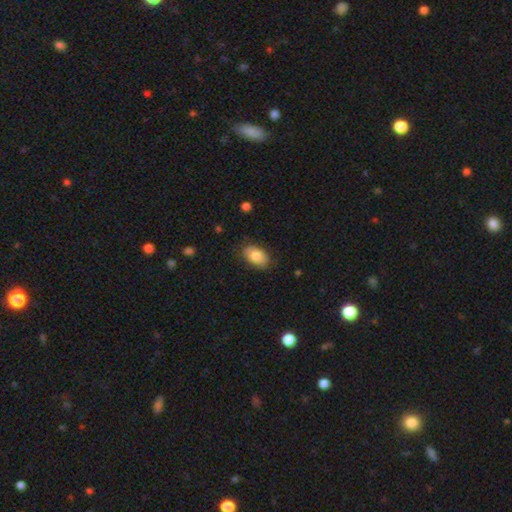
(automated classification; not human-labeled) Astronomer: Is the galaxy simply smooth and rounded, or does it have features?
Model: smooth — 80%.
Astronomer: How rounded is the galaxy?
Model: in between — 90%.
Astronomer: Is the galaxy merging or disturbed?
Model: none — 77%.